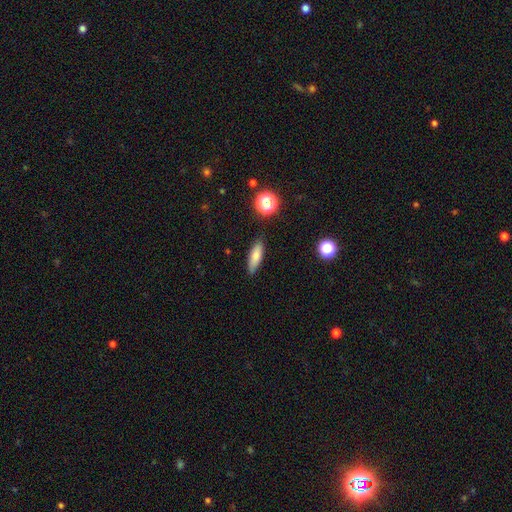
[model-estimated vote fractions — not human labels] A smooth galaxy with no disk features (78%) that is in between round and cigar-shaped (53%).

Vote fractions:
- Smooth or featured? smooth: 78% / featured or disk: 13% / star or artifact: 9%
- How rounded? in between: 53% / cigar-shaped: 44% / round: 4%
- Merging? none: 85% / minor disturbance: 11% / major disturbance: 2% / merger: 2%